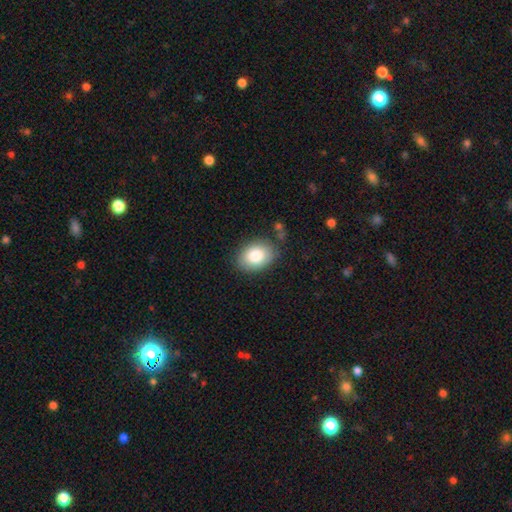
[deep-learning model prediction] Smooth or featured: smooth — 83% (featured or disk — 9%)
How rounded: in between — 76% (round — 23%)
Merging: none — 81% (minor disturbance — 13%)